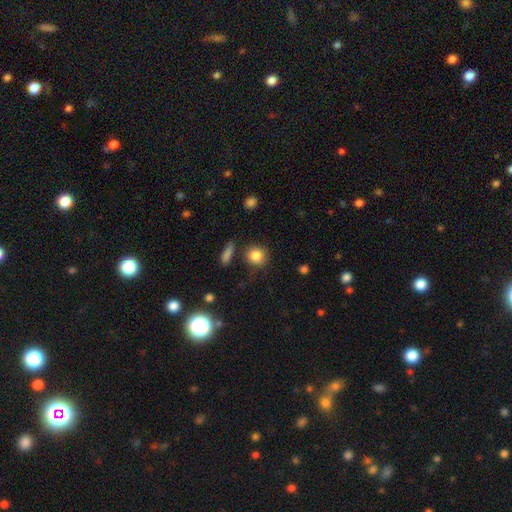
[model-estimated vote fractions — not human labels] The model was most divided on "merging": none: 81%, minor disturbance: 11%, merger: 5%, major disturbance: 3%. More confident: how rounded — round (88%); smooth or featured — smooth (84%).